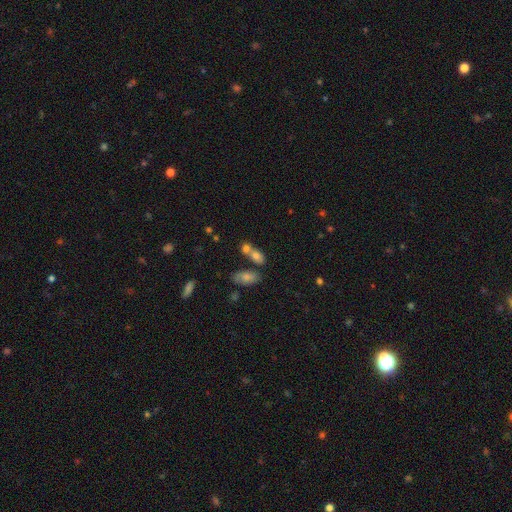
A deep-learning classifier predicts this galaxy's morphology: A smooth galaxy with no disk features (74%) that is in between round and cigar-shaped (77%).

Vote fractions:
- Smooth or featured? smooth: 74% / featured or disk: 15% / star or artifact: 11%
- How rounded? in between: 77% / round: 14% / cigar-shaped: 9%
- Merging? merger: 47% / none: 38% / minor disturbance: 11% / major disturbance: 5%